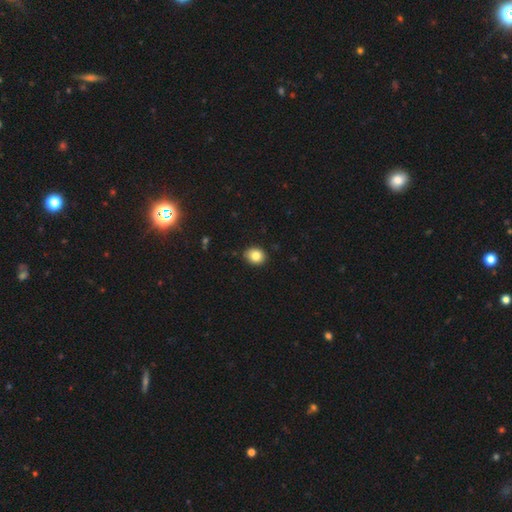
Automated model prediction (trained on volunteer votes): The model was most divided on "how rounded": round: 60%, in between: 39%, cigar-shaped: 1%. More confident: merging — none (87%); smooth or featured — smooth (84%).